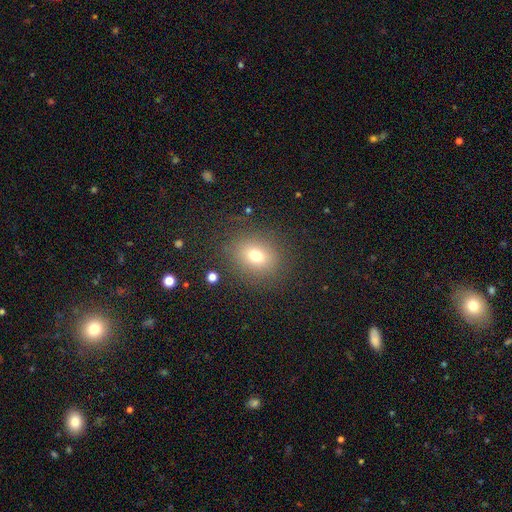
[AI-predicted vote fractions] Overall: smooth (73%). How rounded: round (61%; in between 38%). Merging: none (83%).